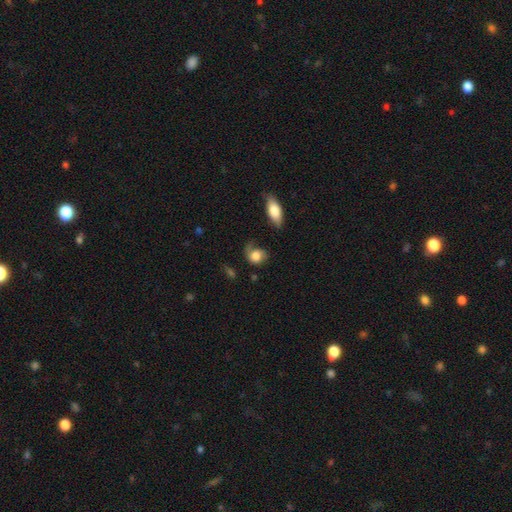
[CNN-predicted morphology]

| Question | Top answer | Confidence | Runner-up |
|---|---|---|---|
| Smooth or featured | smooth | 63% | featured or disk (29%) |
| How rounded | round | 54% | in between (44%) |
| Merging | none | 37% | minor disturbance (30%) |